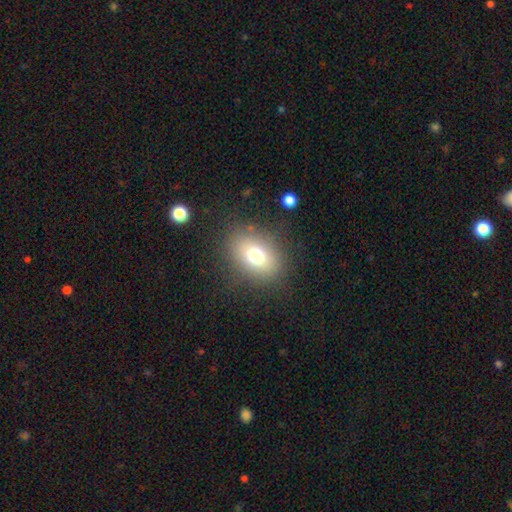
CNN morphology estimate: smooth 73%, featured or disk 14%, star or artifact 14%. Down the decision tree: how rounded — in between (64%); merging — none (82%).